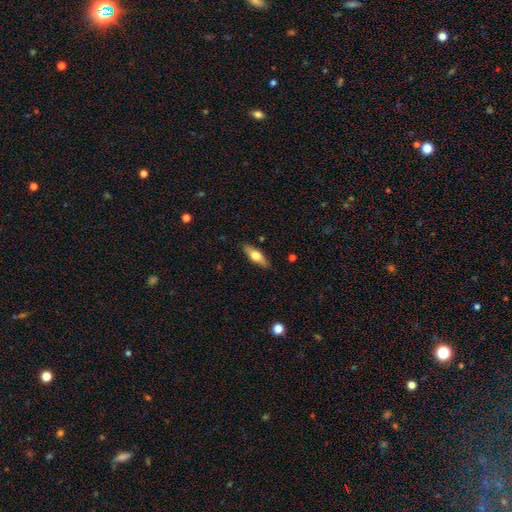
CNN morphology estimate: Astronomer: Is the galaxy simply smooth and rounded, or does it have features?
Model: smooth — 59% (runner-up: featured or disk, 35%).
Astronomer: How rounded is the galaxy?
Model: in between — 58% (runner-up: cigar-shaped, 39%).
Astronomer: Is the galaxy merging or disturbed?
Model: none — 86%.